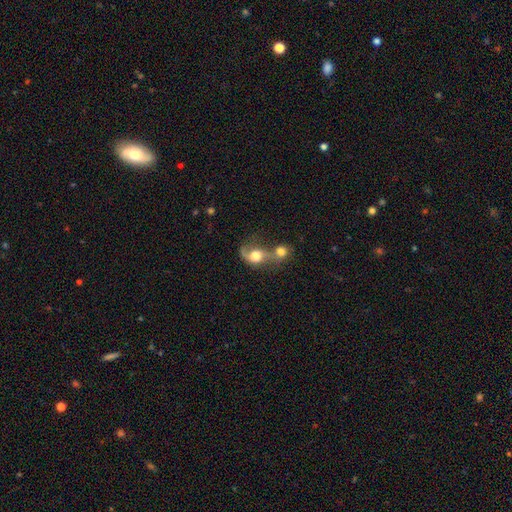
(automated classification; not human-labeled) smooth_or_featured: smooth (p=0.48) [alt: featured or disk p=0.42]
merging: merger (p=0.70) [alt: none p=0.12]